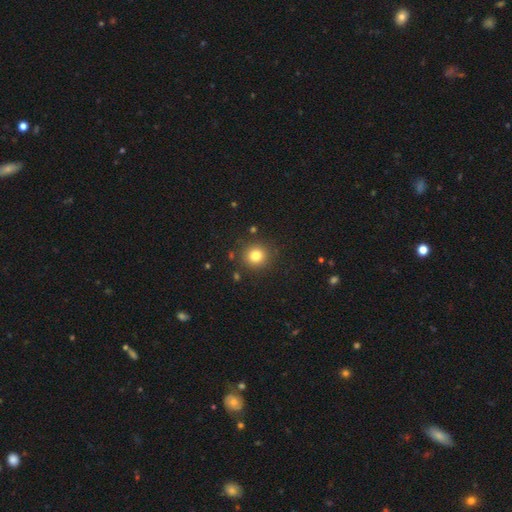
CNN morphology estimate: This is clearly a smooth galaxy (81%). How rounded: clearly round (90%). Merging: clearly none (88%).